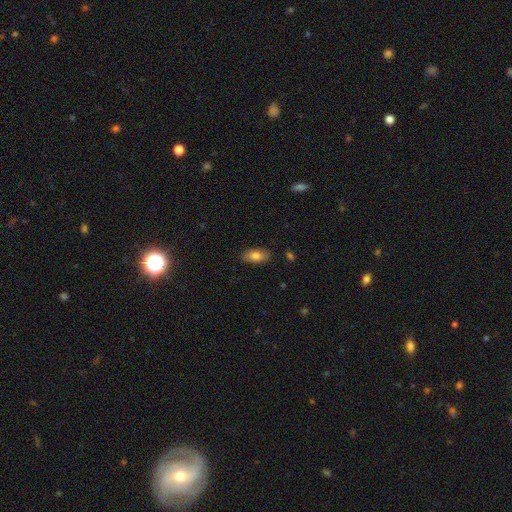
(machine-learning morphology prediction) A smooth galaxy with no disk features (78%) that is in between round and cigar-shaped (86%).

Vote fractions:
- Smooth or featured? smooth: 78% / featured or disk: 15% / star or artifact: 7%
- How rounded? in between: 86% / cigar-shaped: 10% / round: 3%
- Merging? none: 86% / minor disturbance: 10% / major disturbance: 2% / merger: 1%